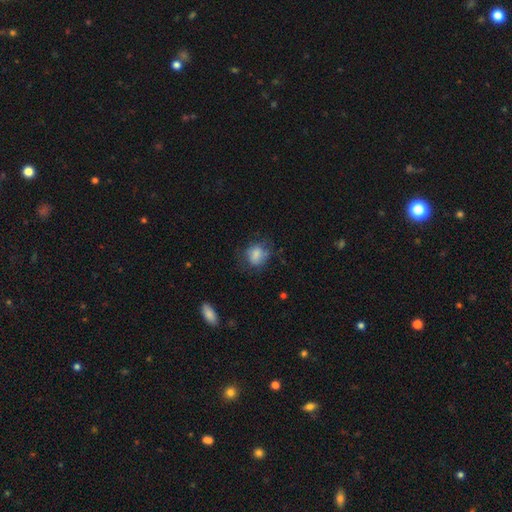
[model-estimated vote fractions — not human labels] This is likely a smooth galaxy (76%). How rounded: possibly round (52%). Merging: possibly none (56%).